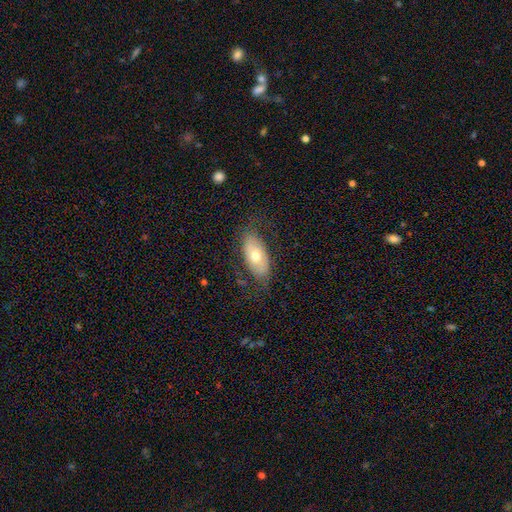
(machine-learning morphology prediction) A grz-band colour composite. It shows a smooth galaxy with no disk features (57%) that is in between round and cigar-shaped (91%). Merging: none (70%).